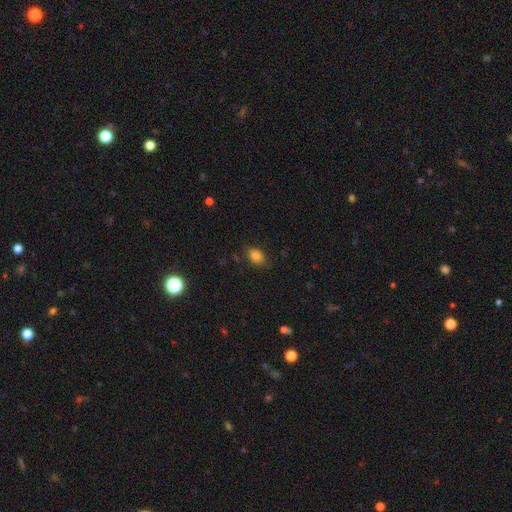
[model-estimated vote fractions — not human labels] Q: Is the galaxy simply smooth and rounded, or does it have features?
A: smooth — 82%.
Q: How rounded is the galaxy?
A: in between — 81%.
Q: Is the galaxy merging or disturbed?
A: none — 74%.